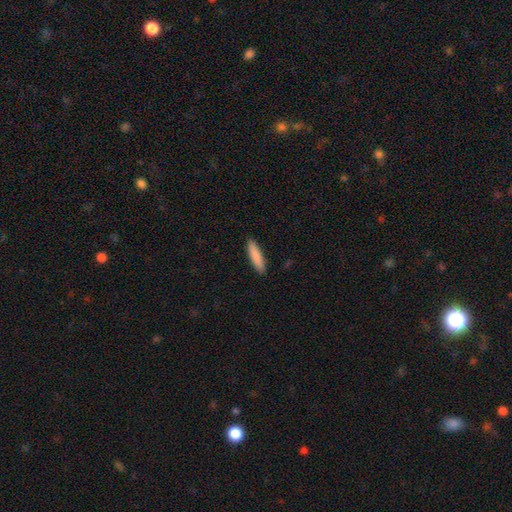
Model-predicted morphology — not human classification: A smooth galaxy with no disk features (87%) that is cigar-shaped (77%). Merging: none (90%).